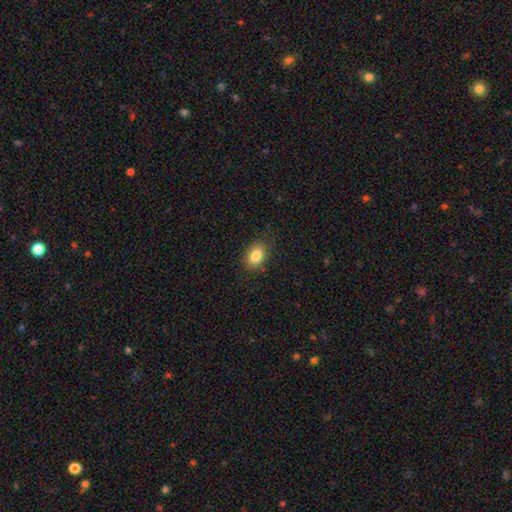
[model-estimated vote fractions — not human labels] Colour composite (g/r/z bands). It shows a smooth galaxy with no disk features (85%) that is in between round and cigar-shaped (83%). Merging: none (84%).